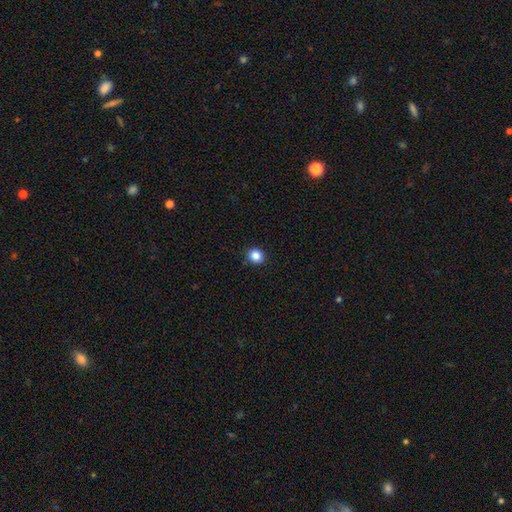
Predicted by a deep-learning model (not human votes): Overall: smooth (85%). How rounded: round (83%). Merging: none (91%).